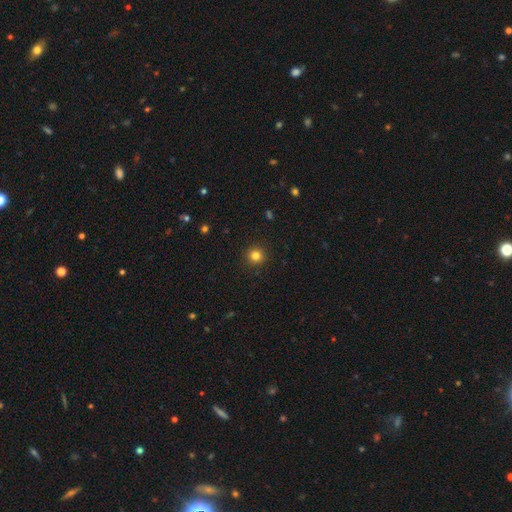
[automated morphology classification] Smooth or featured: smooth — 82% (star or artifact — 13%)
How rounded: round — 94% (in between — 5%)
Merging: none — 92% (minor disturbance — 5%)